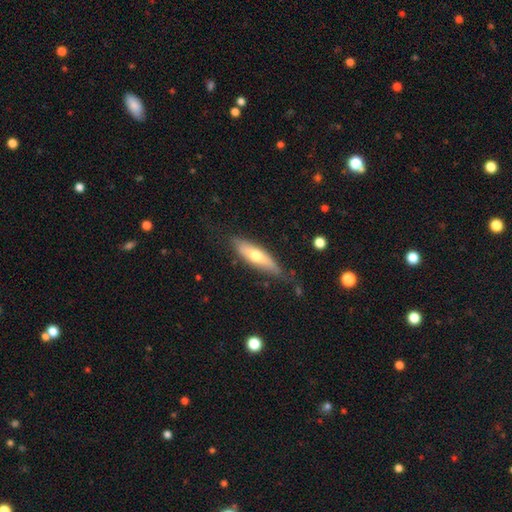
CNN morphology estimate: A smooth galaxy with no disk features (54%) that is cigar-shaped (60%).

Vote fractions:
- Smooth or featured? smooth: 54% / featured or disk: 40% / star or artifact: 6%
- How rounded? cigar-shaped: 60% / in between: 38% / round: 2%
- Merging? none: 73% / minor disturbance: 21% / major disturbance: 5% / merger: 2%